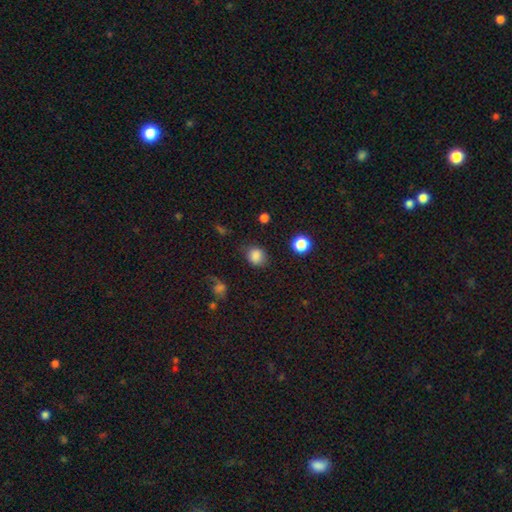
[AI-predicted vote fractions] A smooth galaxy with no disk features (85%) that is round (66%). Merging: none (76%).